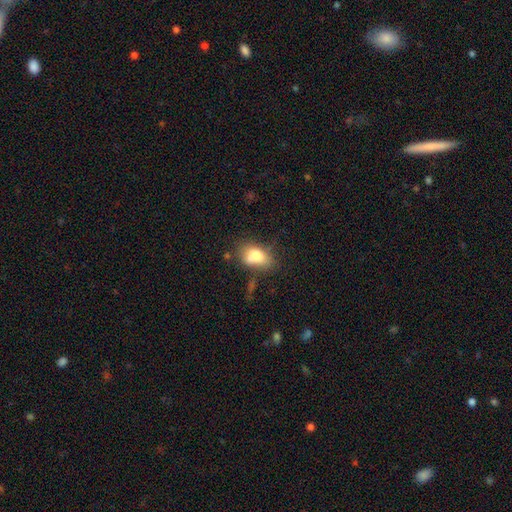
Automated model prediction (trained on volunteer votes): Morphology: type=smooth (72%); roundness=in between (79%); merging=none (45%).